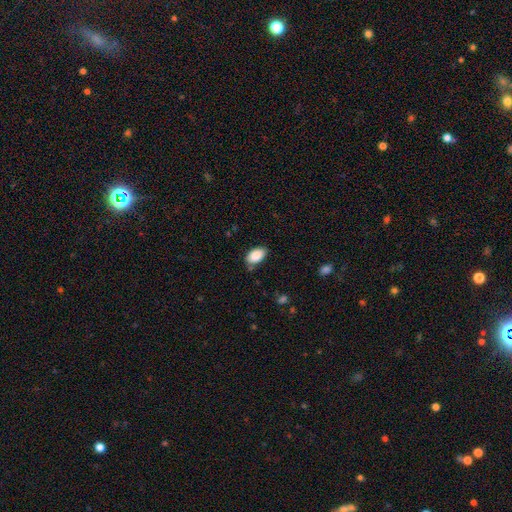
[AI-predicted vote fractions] Q: Smooth or featured?
A: smooth (89%); runner-up: star or artifact (7%)
Q: How rounded?
A: in between (94%); runner-up: round (4%)
Q: Merging?
A: none (79%); runner-up: minor disturbance (16%)